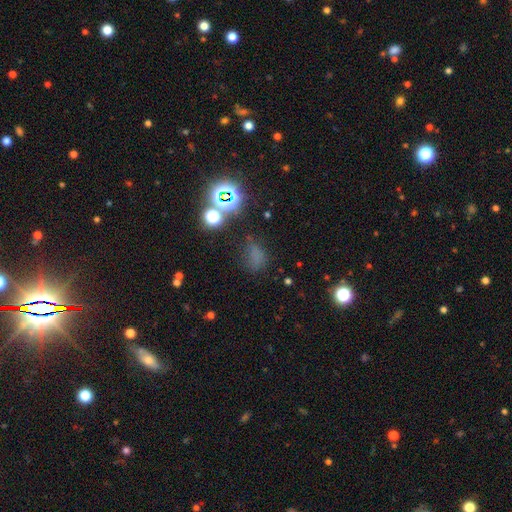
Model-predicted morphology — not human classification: A smooth galaxy with no disk features (55%) that is in between round and cigar-shaped (63%). Merging: none (58%).